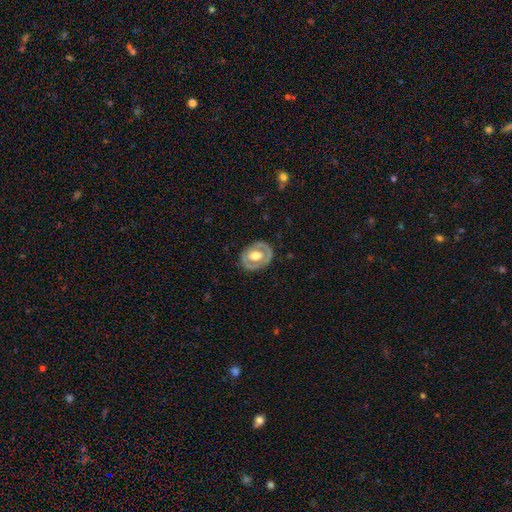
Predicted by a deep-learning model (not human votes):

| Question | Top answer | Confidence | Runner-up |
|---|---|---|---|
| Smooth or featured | featured or disk | 61% | smooth (34%) |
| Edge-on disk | no | 94% | yes (6%) |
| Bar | no | 67% | weak (25%) |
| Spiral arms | no | 70% | yes (30%) |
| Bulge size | moderate | 52% | large (40%) |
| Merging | none | 79% | minor disturbance (15%) |